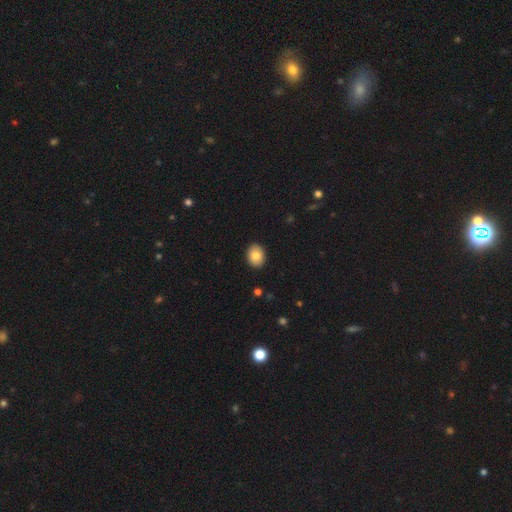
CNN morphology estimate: smooth 83%, featured or disk 10%, star or artifact 8%. Down the decision tree: how rounded — in between (65%); merging — none (91%).